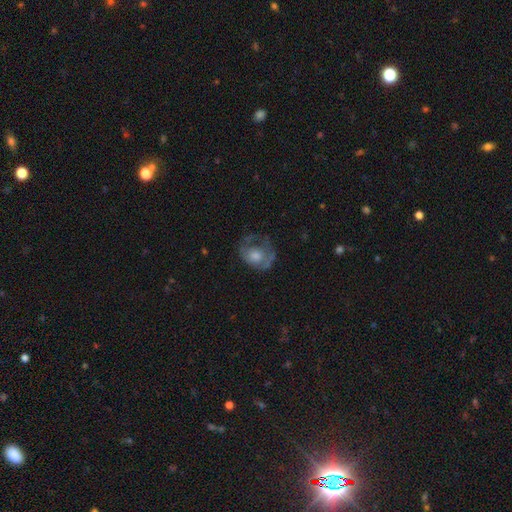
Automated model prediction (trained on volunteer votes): Smooth or featured? Predicted: featured or disk (p=0.53). Edge-on disk? Predicted: no (p=0.96). Bar? Predicted: no (p=0.85). Spiral arms? Predicted: no (p=0.57). Bulge size? Predicted: moderate (p=0.45). Merging? Predicted: none (p=0.52).